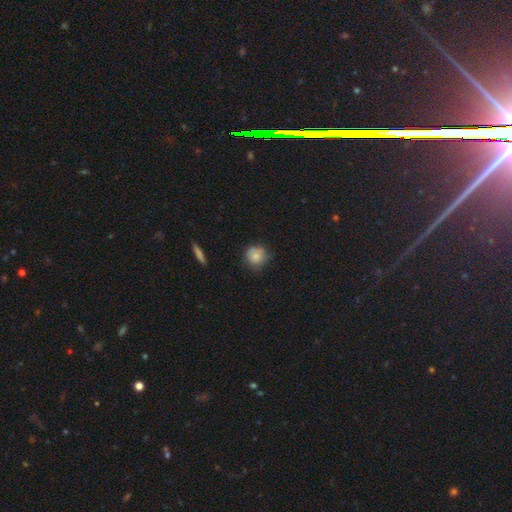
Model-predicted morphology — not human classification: Smooth or featured? smooth (80%)
How rounded? round (87%)
Merging? none (65%)